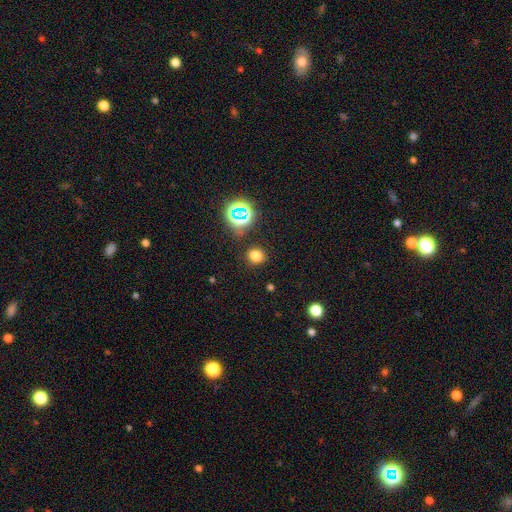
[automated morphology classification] This appears to be a smooth galaxy with no disk features (73%) that is round (81%). Merging: none (88%).